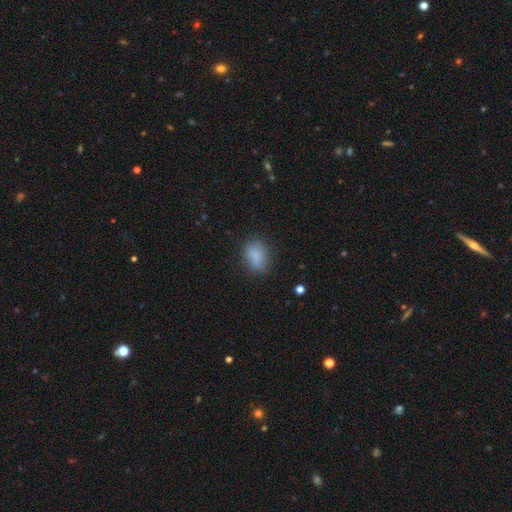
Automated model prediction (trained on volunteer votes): This is clearly a smooth galaxy (82%). How rounded: likely in between (76%). Merging: likely none (70%).